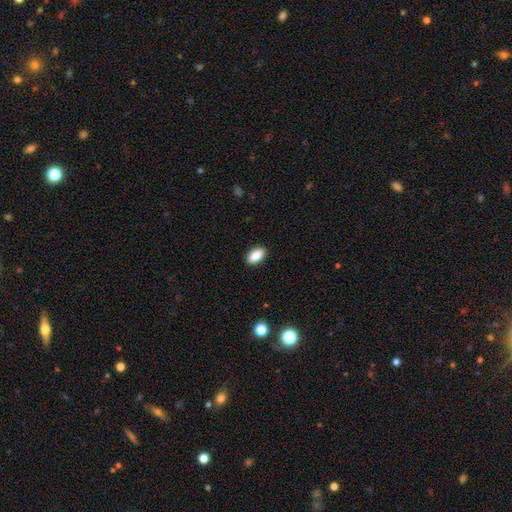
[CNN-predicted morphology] A smooth galaxy with no disk features (88%) that is in between round and cigar-shaped (92%). Merging: none (90%).